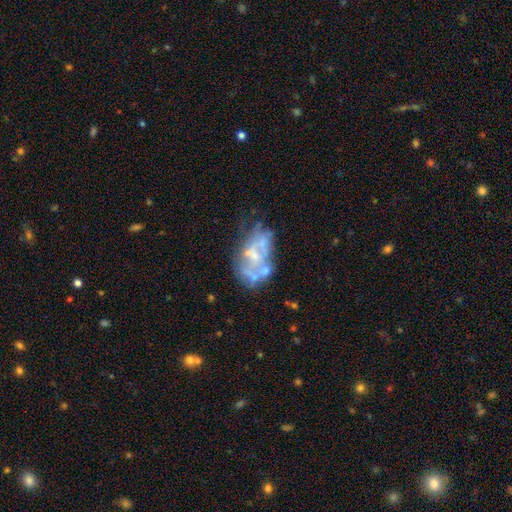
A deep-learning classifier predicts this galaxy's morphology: A featured or disk galaxy (71%) with no bar (81%), no spiral arms (78%) and no central bulge (41%). Merging: none (36%).